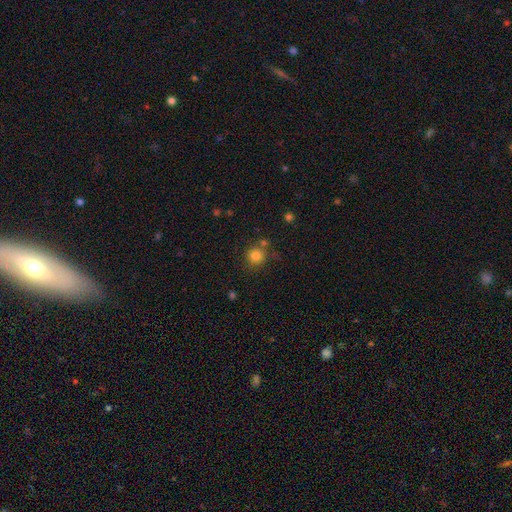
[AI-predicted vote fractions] Smooth or featured?
  - smooth: 82% *
  - star or artifact: 12%
  - featured or disk: 6%
How rounded?
  - round: 91% *
  - in between: 8%
  - cigar-shaped: 1%
Merging?
  - none: 74% *
  - merger: 11%
  - minor disturbance: 11%
  - major disturbance: 4%